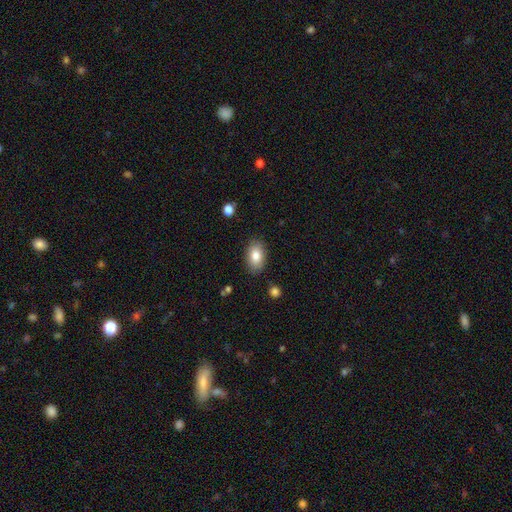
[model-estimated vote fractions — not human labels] Overall: smooth (82%). How rounded: in between (89%). Merging: none (86%).